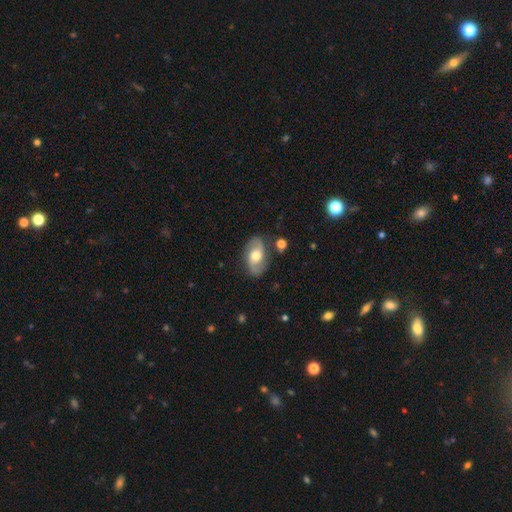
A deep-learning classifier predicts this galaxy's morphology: The model was most divided on "spiral winding": loose: 44%, medium: 41%, tight: 16%. More confident: edge-on disk — no (95%); spiral arm count — 2 (90%); spiral arms — yes (86%); merging — none (80%); bulge size — moderate (71%); smooth or featured — featured or disk (67%); bar — no (56%).